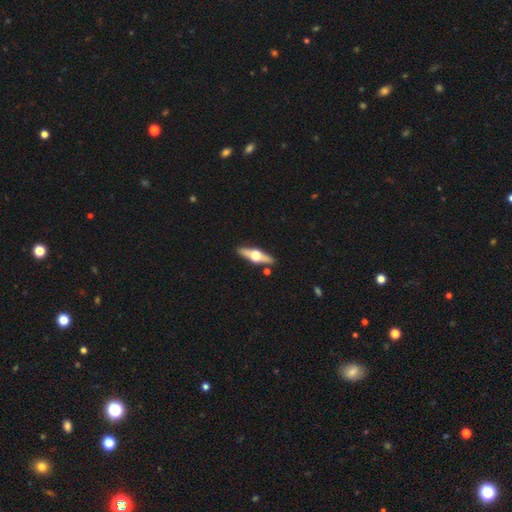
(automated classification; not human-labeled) Overall: featured or disk (69%). Edge-on disk: yes (94%). Edge-on bulge: rounded (96%). Merging: none (88%).